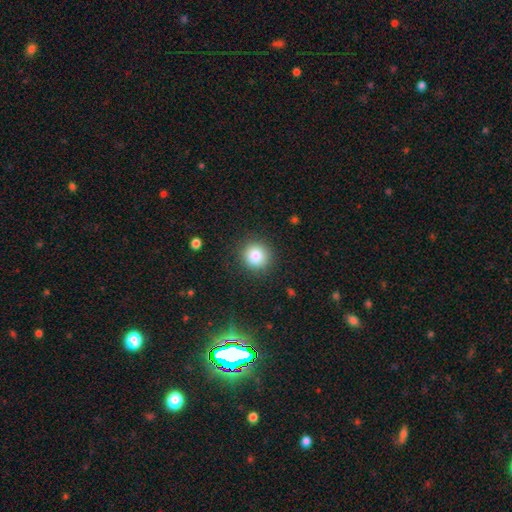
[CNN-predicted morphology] This appears to be a smooth galaxy with no disk features (82%) that is round (92%). Merging: none (90%).